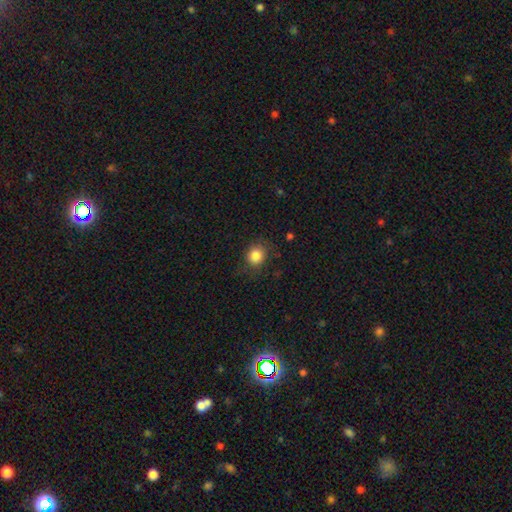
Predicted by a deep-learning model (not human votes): This is clearly a smooth galaxy (84%). How rounded: likely round (78%). Merging: likely none (78%).